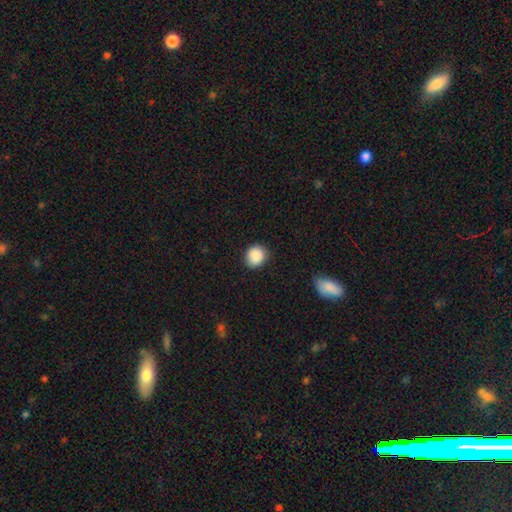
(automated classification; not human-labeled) Morphology: type=smooth (88%); roundness=round (86%); merging=none (87%).